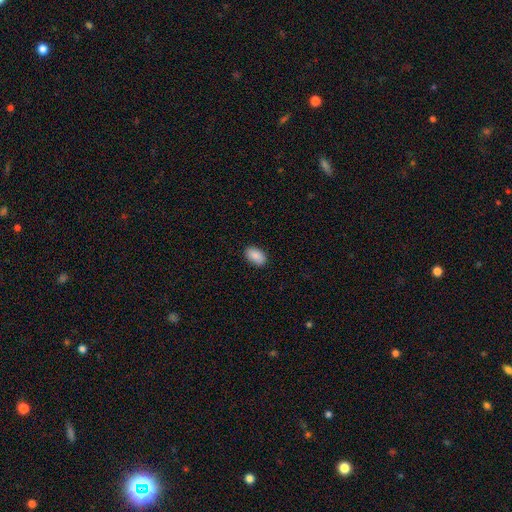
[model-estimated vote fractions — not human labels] This appears to be a smooth galaxy with no disk features (90%) that is in between round and cigar-shaped (93%). Merging: none (89%).